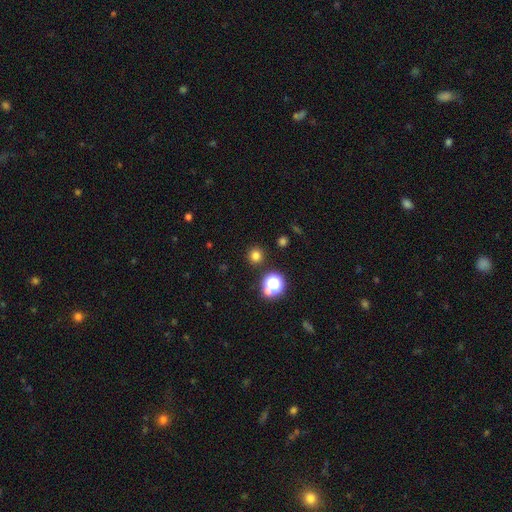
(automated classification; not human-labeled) Smooth or featured? smooth (75%)
How rounded? round (94%)
Merging? none (90%)